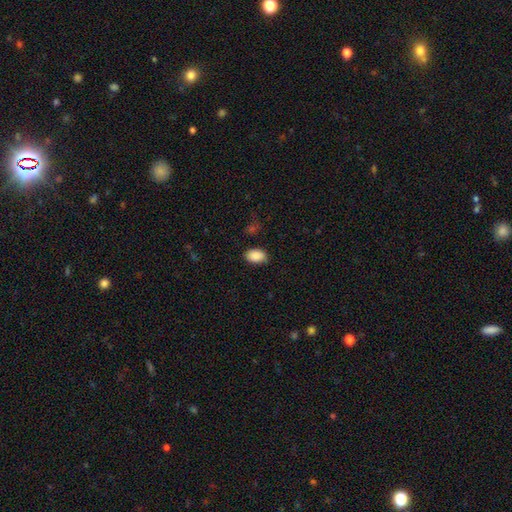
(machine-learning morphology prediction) A smooth galaxy with no disk features (89%) that is in between round and cigar-shaped (89%).

Vote fractions:
- Smooth or featured? smooth: 89% / star or artifact: 8% / featured or disk: 3%
- How rounded? in between: 89% / round: 10% / cigar-shaped: 1%
- Merging? none: 82% / minor disturbance: 14% / major disturbance: 3% / merger: 1%